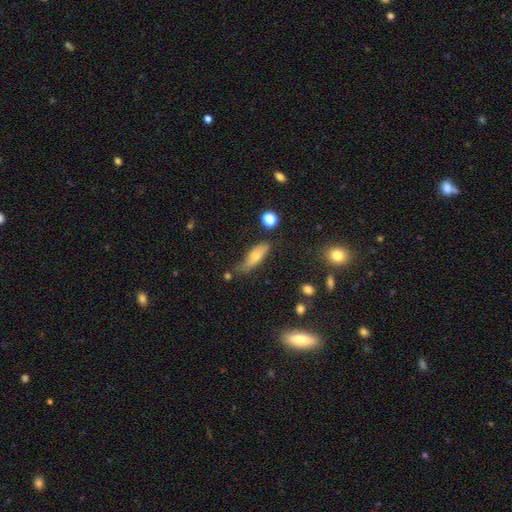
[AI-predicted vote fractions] This appears to be a smooth galaxy with no disk features (61%) that is in between round and cigar-shaped (52%). Merging: none (60%).